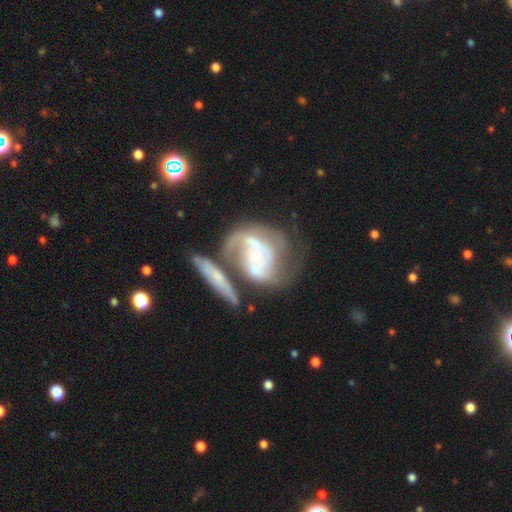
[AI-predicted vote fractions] Overall: featured or disk (81%). Edge-on disk: no (95%). Bar: no (66%). Spiral arms: yes (87%). Spiral arm count: 2 (45%; can't tell 29%). Spiral winding: tight (43%; medium 40%). Bulge size: small (52%; moderate 43%). Merging: merger (41%; none 27%).